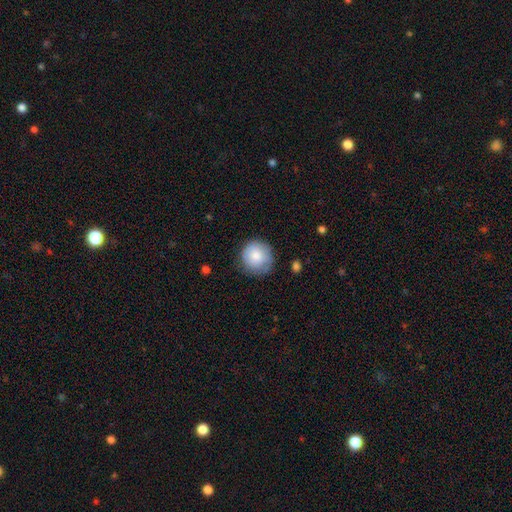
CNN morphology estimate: This appears to be a smooth galaxy with no disk features (79%) that is round (92%). Merging: none (75%).